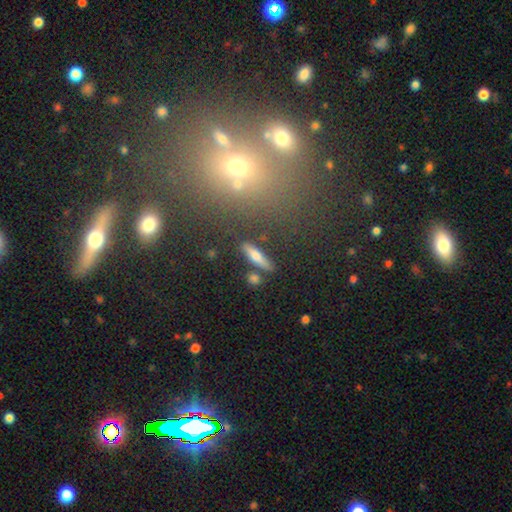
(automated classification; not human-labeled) Q: Smooth or featured?
A: smooth (59%); runner-up: featured or disk (32%)
Q: How rounded?
A: cigar-shaped (74%); runner-up: in between (22%)
Q: Merging?
A: none (81%); runner-up: minor disturbance (10%)